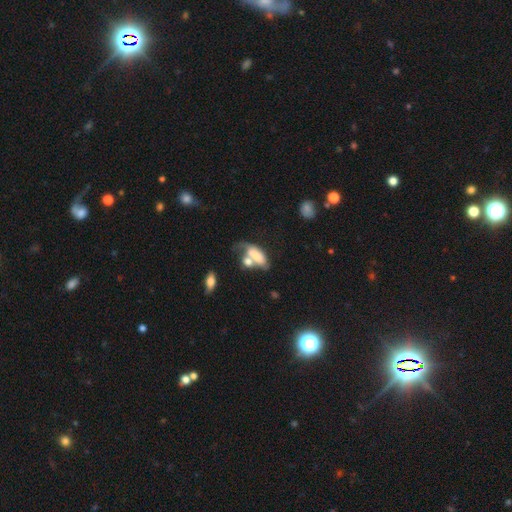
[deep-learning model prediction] This appears to be a smooth galaxy with no disk features (65%) that is in between round and cigar-shaped (81%). Merging: merger (49%).